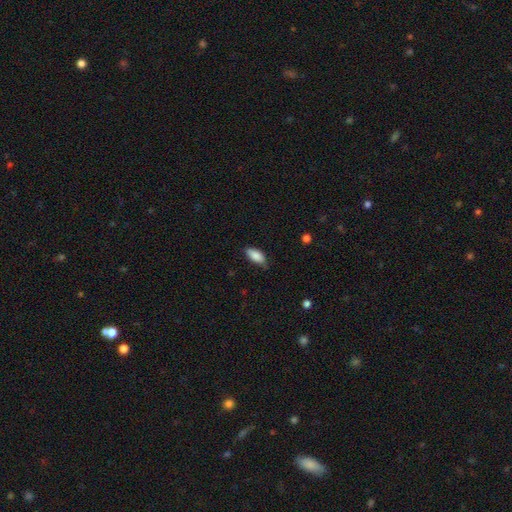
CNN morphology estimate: smooth 87%, featured or disk 7%, star or artifact 7%. Down the decision tree: how rounded — in between (88%); merging — none (75%).